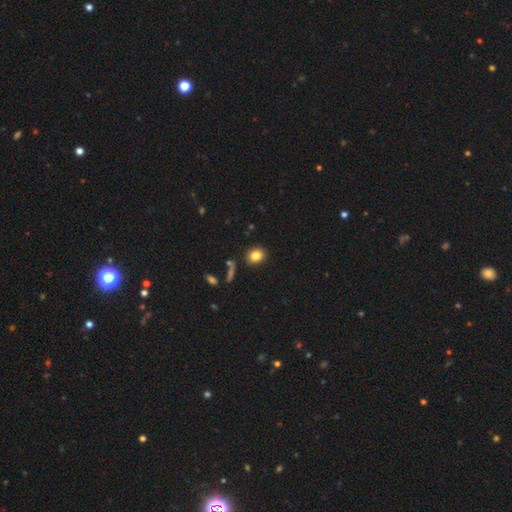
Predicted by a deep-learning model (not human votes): smooth_or_featured: smooth (p=0.82) [alt: star or artifact p=0.11]
how_rounded: round (p=0.56) [alt: in between p=0.42]
merging: none (p=0.85) [alt: minor disturbance p=0.09]